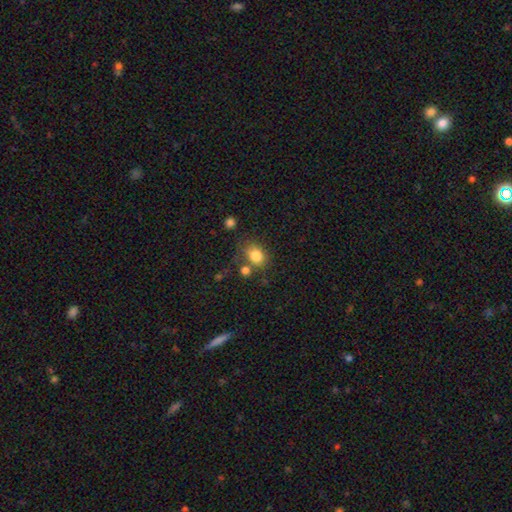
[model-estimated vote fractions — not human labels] smooth-or-featured: smooth: 82% | star or artifact: 10% | featured or disk: 8%
  how-rounded: in between: 53% | round: 46% | cigar-shaped: 1%
  merging: none: 61% | minor disturbance: 16% | merger: 16% | major disturbance: 7%